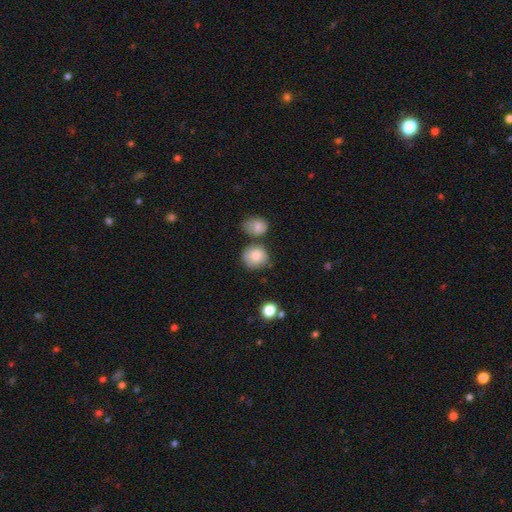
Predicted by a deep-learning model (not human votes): Smooth or featured? Predicted: smooth (p=0.82). How rounded? Predicted: round (p=0.78). Merging? Predicted: none (p=0.62).